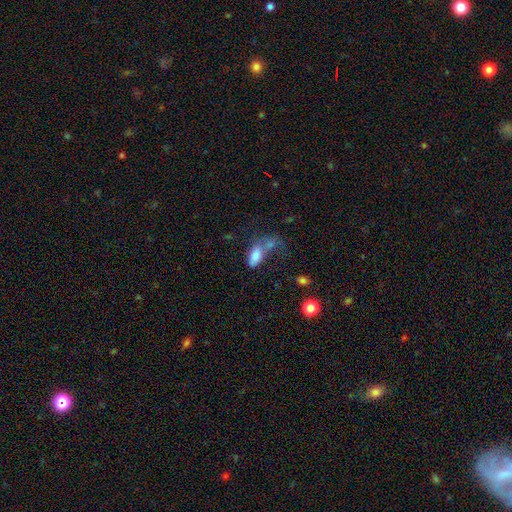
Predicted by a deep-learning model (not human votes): Overall: smooth (79%). How rounded: in between (89%). Merging: merger (35%; none 30%).